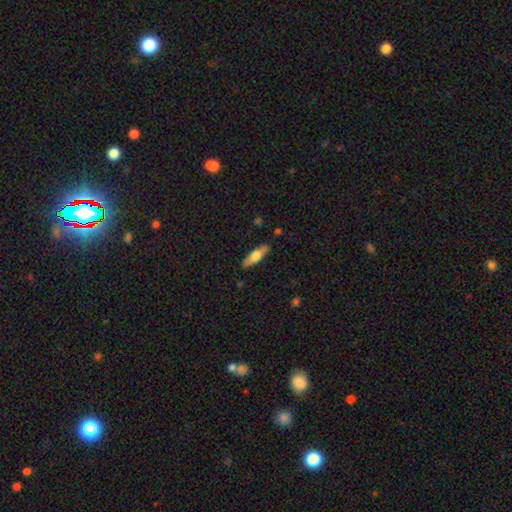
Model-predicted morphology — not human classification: Q: Smooth or featured?
A: smooth (61%); runner-up: featured or disk (33%)
Q: How rounded?
A: cigar-shaped (58%); runner-up: in between (40%)
Q: Merging?
A: none (87%); runner-up: minor disturbance (10%)